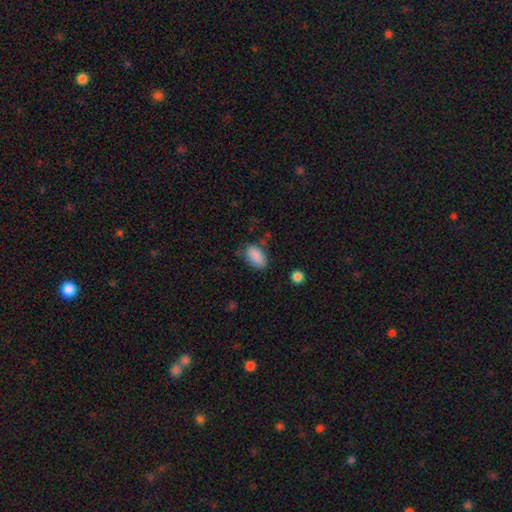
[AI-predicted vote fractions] smooth 87%, star or artifact 8%, featured or disk 5%. Down the decision tree: how rounded — in between (92%); merging — none (68%).